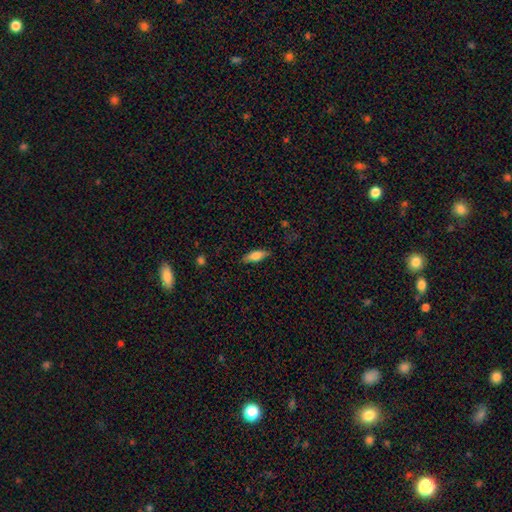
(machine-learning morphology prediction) Smooth or featured: smooth — 74% (featured or disk — 19%)
How rounded: in between — 68% (cigar-shaped — 30%)
Merging: none — 81% (minor disturbance — 14%)